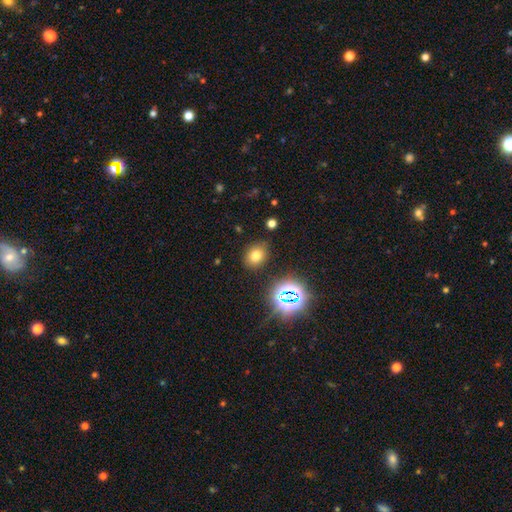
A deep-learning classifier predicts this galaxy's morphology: This is likely a smooth galaxy (71%). How rounded: possibly in between (53%). Merging: clearly none (84%).